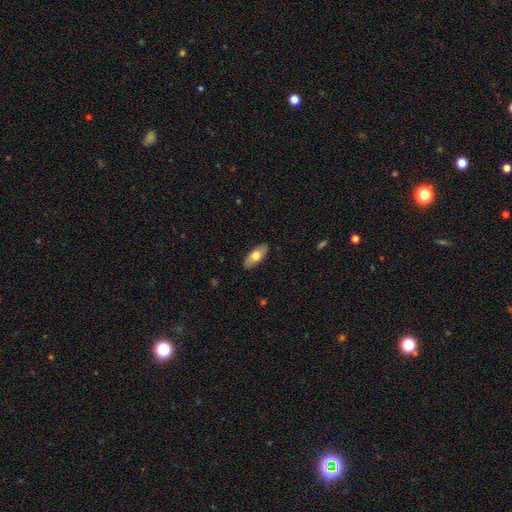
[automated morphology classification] smooth-or-featured: smooth: 70% | featured or disk: 25% | star or artifact: 6%
  how-rounded: in between: 88% | cigar-shaped: 10% | round: 3%
  merging: none: 88% | minor disturbance: 10% | major disturbance: 2% | merger: 1%